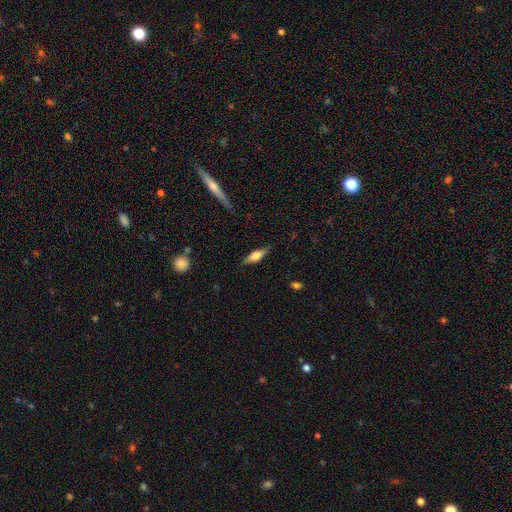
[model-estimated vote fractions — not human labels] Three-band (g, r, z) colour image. It shows a smooth galaxy with no disk features (56%) that is in between round and cigar-shaped (50%). Merging: none (83%).